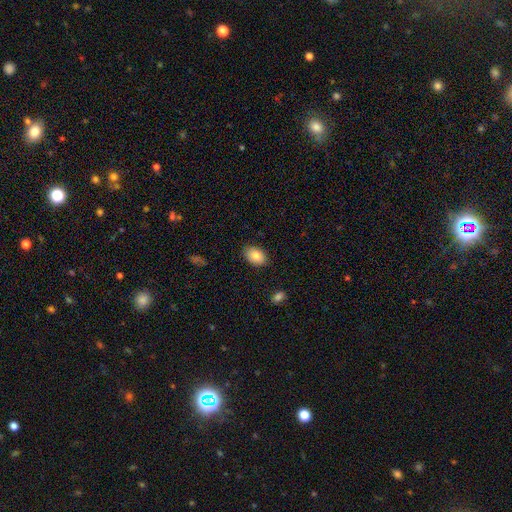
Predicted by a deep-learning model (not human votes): Q: Smooth or featured?
A: smooth (85%); runner-up: featured or disk (8%)
Q: How rounded?
A: in between (88%); runner-up: round (11%)
Q: Merging?
A: none (86%); runner-up: minor disturbance (10%)